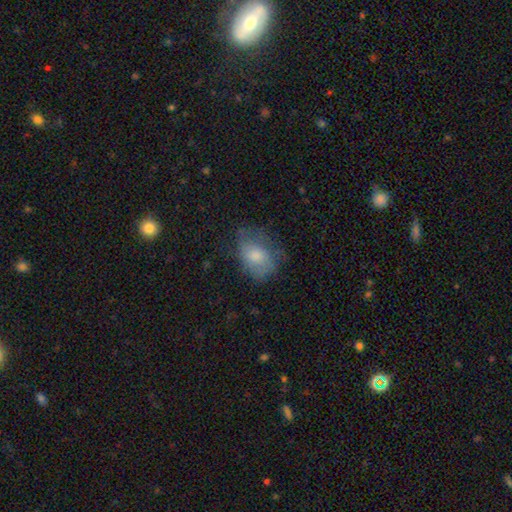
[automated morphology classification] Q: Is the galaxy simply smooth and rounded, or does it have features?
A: smooth — 70%.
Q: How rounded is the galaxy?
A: in between — 73%.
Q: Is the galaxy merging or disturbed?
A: none — 53%.